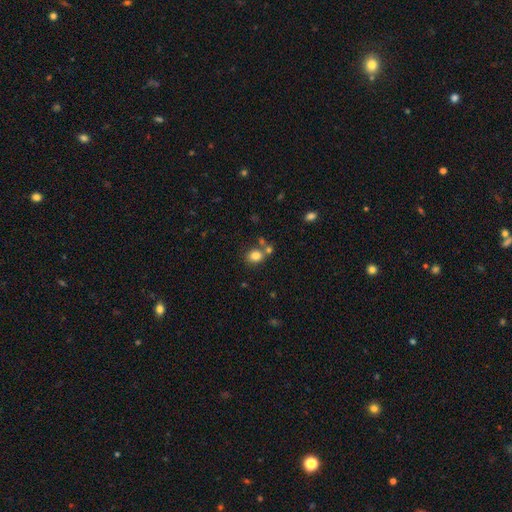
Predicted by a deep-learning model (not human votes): smooth 81%, star or artifact 11%, featured or disk 8%. Down the decision tree: how rounded — round (58%); merging — none (62%).